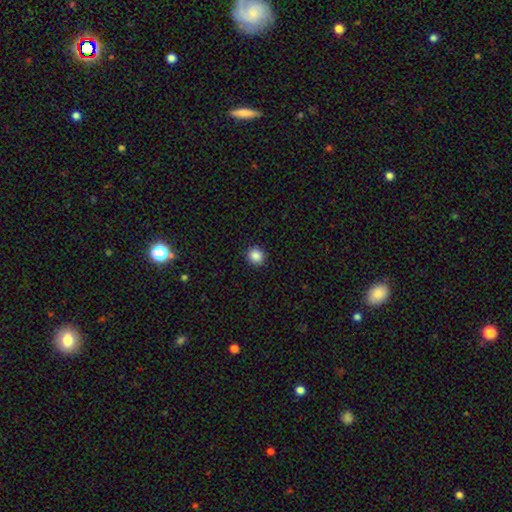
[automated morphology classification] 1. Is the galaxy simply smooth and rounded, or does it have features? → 86% smooth, 10% star or artifact, 4% featured or disk.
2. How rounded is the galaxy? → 91% round, 8% in between, 1% cigar-shaped.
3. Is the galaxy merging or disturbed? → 92% none, 5% minor disturbance, 2% major disturbance, 1% merger.